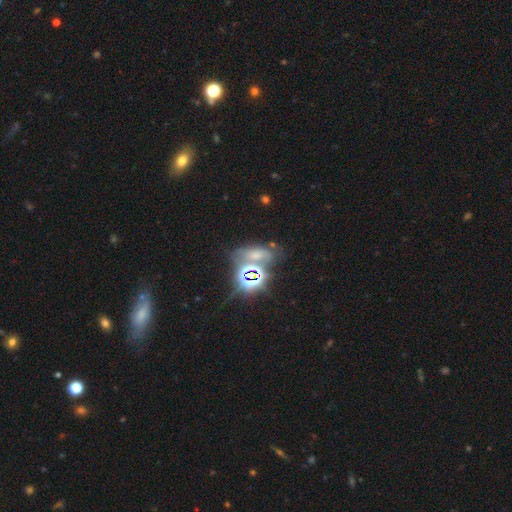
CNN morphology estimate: Smooth or featured: star or artifact — 48% (smooth — 36%)